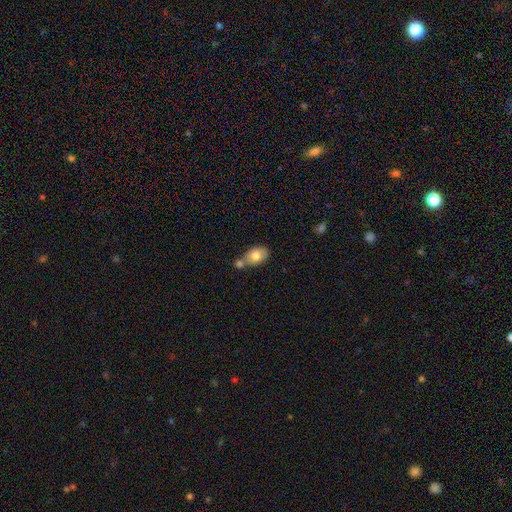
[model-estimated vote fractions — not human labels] A smooth galaxy with no disk features (78%) that is in between round and cigar-shaped (81%). Merging: merger (43%).